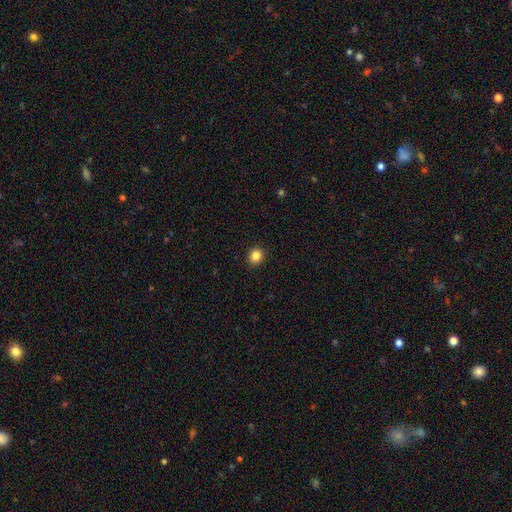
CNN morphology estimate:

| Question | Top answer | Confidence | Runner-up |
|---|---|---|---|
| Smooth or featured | smooth | 85% | star or artifact (11%) |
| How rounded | round | 81% | in between (18%) |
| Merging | none | 92% | minor disturbance (6%) |